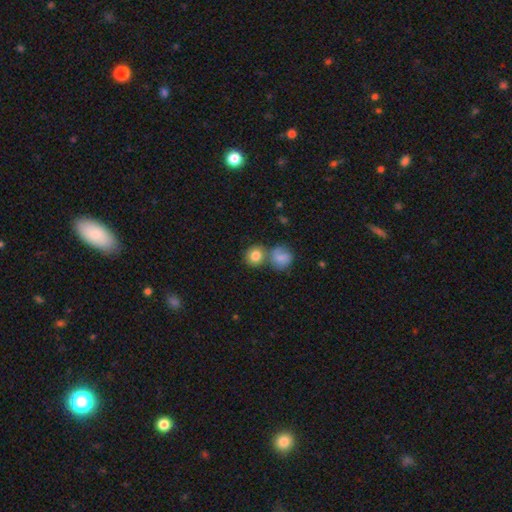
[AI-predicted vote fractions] Smooth or featured: smooth — 83% (featured or disk — 9%)
How rounded: round — 81% (in between — 18%)
Merging: none — 51% (merger — 34%)